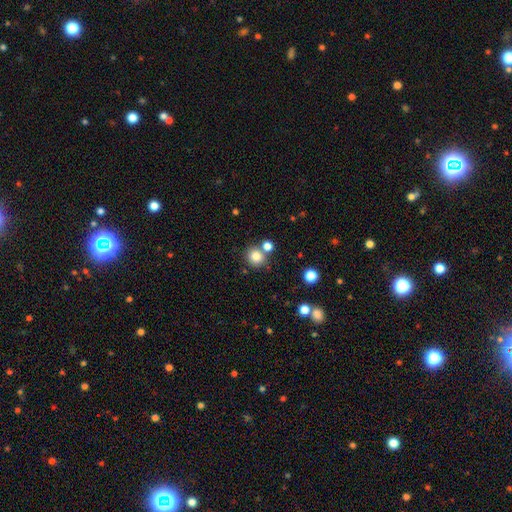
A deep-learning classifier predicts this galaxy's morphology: The model was most divided on "merging": none: 69%, merger: 20%, minor disturbance: 8%, major disturbance: 3%. More confident: how rounded — round (89%); smooth or featured — smooth (82%).